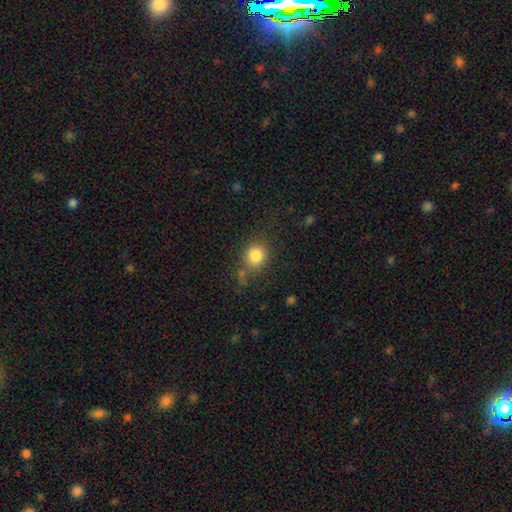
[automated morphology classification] smooth-or-featured: smooth: 83% | star or artifact: 10% | featured or disk: 7%
  how-rounded: round: 73% | in between: 25% | cigar-shaped: 1%
  merging: none: 70% | minor disturbance: 17% | major disturbance: 7% | merger: 7%